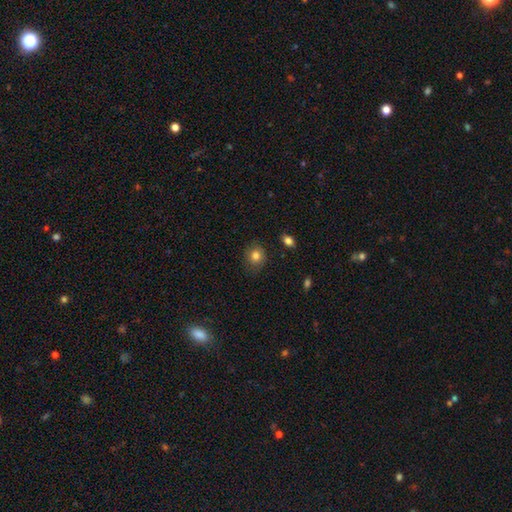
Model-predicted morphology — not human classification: Smooth or featured?
  - smooth: 82% *
  - star or artifact: 10%
  - featured or disk: 8%
How rounded?
  - round: 75% *
  - in between: 25%
  - cigar-shaped: 1%
Merging?
  - none: 80% *
  - minor disturbance: 15%
  - major disturbance: 3%
  - merger: 1%